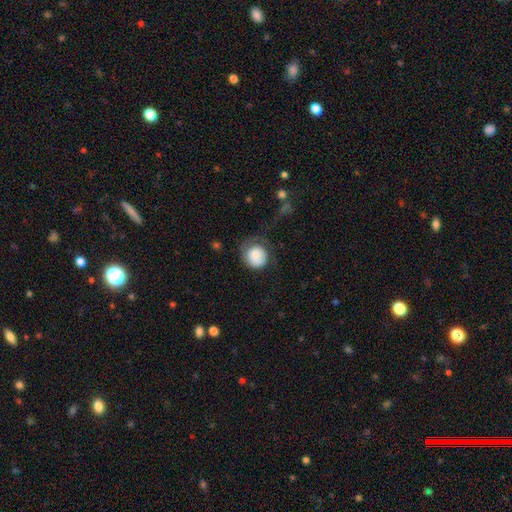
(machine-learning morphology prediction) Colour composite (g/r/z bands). It shows a smooth galaxy with no disk features (77%) that is round (83%). Merging: none (42%).